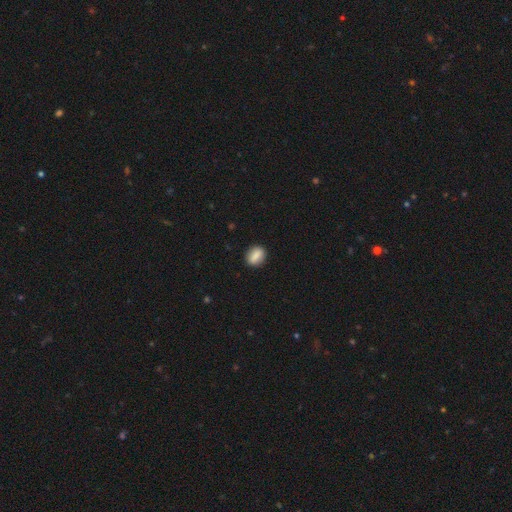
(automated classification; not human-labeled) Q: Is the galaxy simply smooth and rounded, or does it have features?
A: smooth — 85%.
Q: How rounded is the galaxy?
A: in between — 65%.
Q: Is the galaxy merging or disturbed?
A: none — 88%.